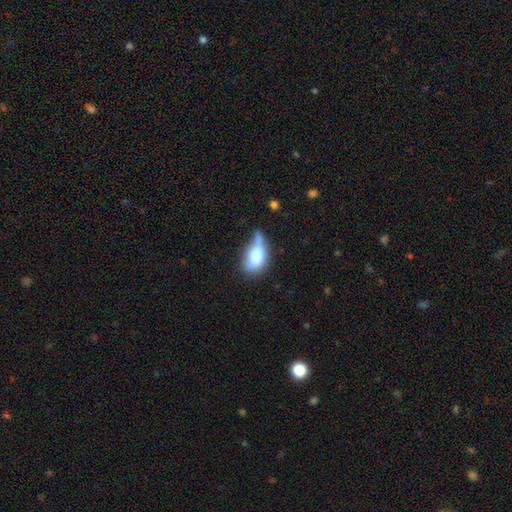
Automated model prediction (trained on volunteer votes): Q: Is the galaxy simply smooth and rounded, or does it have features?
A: smooth — 71%.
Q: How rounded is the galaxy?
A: in between — 84%.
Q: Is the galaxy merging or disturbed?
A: minor disturbance — 33%.